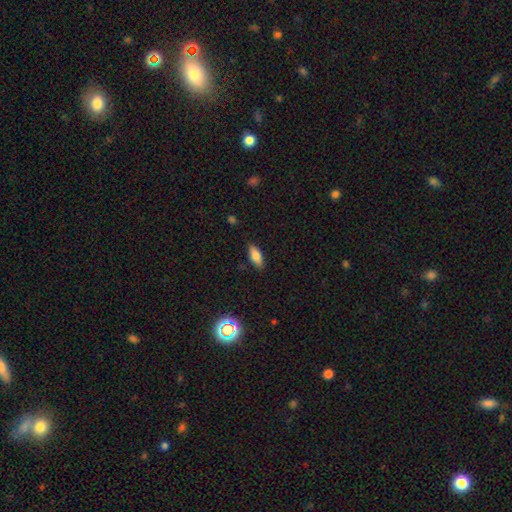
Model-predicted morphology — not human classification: A smooth galaxy with no disk features (78%) that is in between round and cigar-shaped (77%). Merging: none (86%).